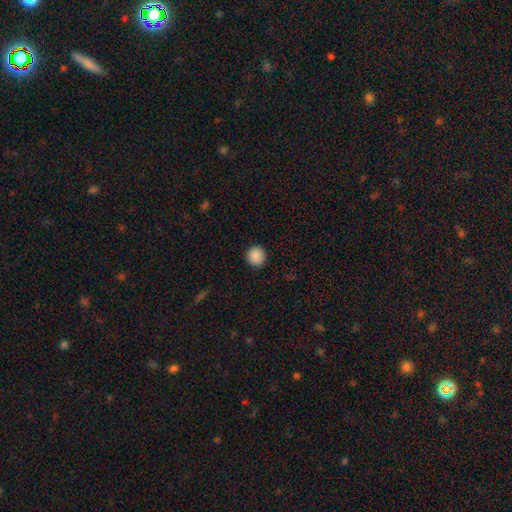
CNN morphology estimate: Smooth or featured?
  - smooth: 89% *
  - star or artifact: 9%
  - featured or disk: 2%
How rounded?
  - round: 92% *
  - in between: 7%
  - cigar-shaped: 1%
Merging?
  - none: 92% *
  - minor disturbance: 5%
  - major disturbance: 2%
  - merger: 1%